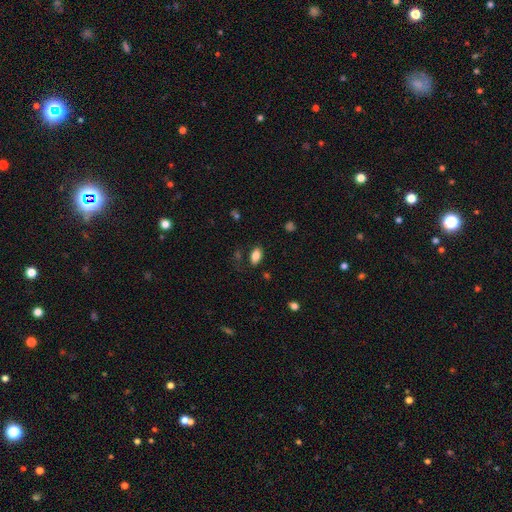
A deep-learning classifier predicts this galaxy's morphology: Overall: smooth (85%). How rounded: in between (91%). Merging: none (81%).